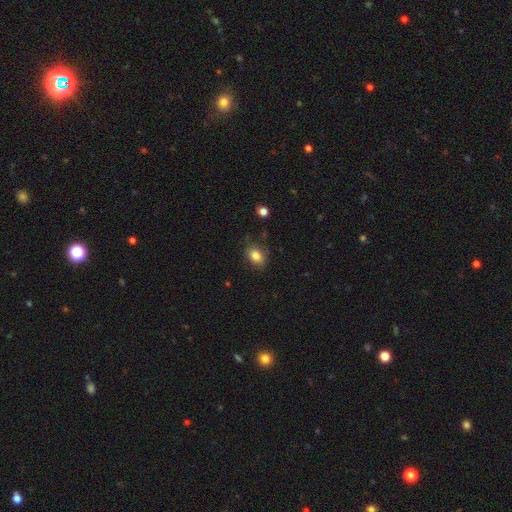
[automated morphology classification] Q: Smooth or featured?
A: smooth (83%); runner-up: star or artifact (10%)
Q: How rounded?
A: in between (70%); runner-up: round (28%)
Q: Merging?
A: none (77%); runner-up: minor disturbance (17%)